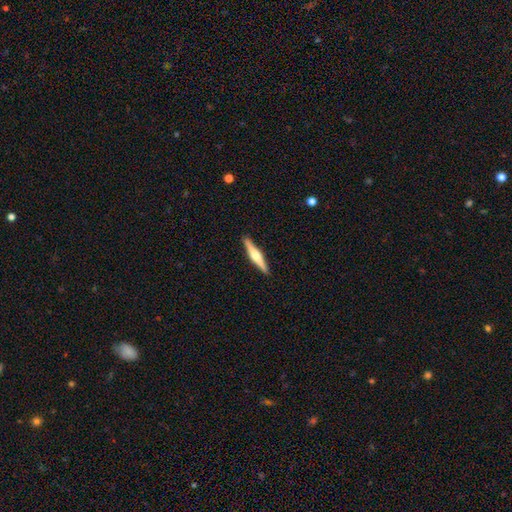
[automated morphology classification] The model was most divided on "smooth or featured": featured or disk: 67%, smooth: 28%, star or artifact: 5%. More confident: edge-on disk — yes (98%); merging — none (91%); edge-on bulge — rounded (91%).